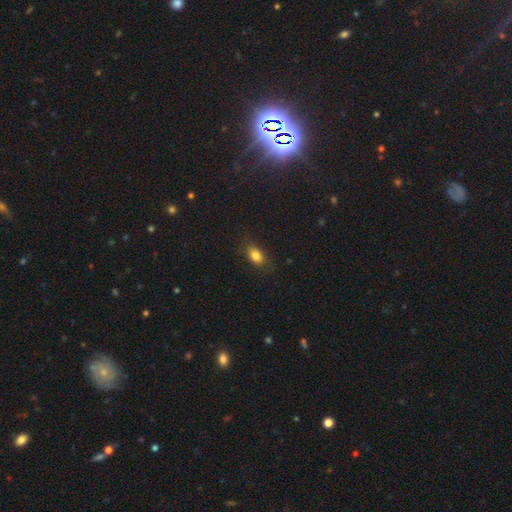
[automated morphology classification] smooth_or_featured: smooth (p=0.83) [alt: star or artifact p=0.10]
how_rounded: in between (p=0.83) [alt: round p=0.12]
merging: none (p=0.80) [alt: minor disturbance p=0.15]